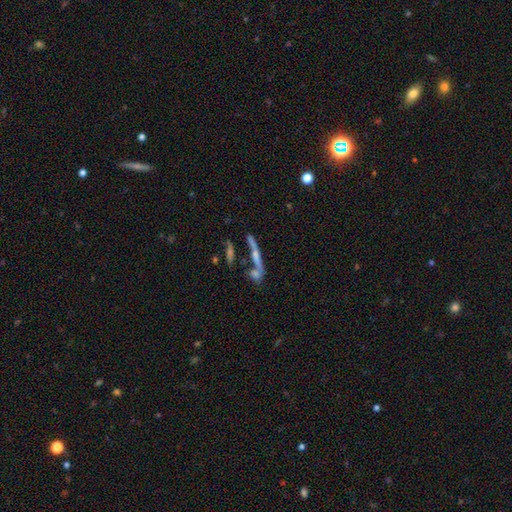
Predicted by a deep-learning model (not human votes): smooth_or_featured: featured or disk (p=0.60) [alt: smooth p=0.26]
disk_edge_on: yes (p=0.87) [alt: no p=0.13]
edge_on_bulge: rounded (p=0.68) [alt: none p=0.24]
merging: none (p=0.56) [alt: merger p=0.27]